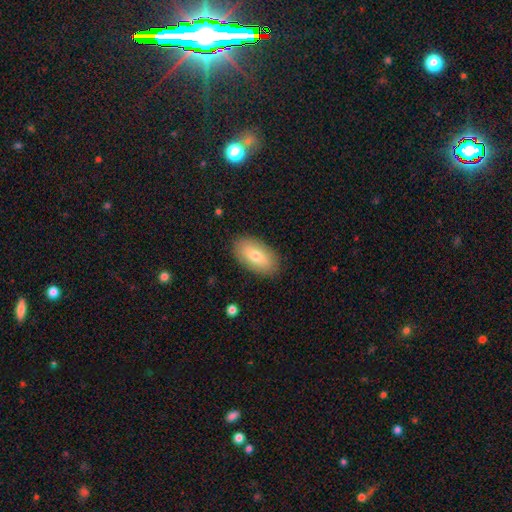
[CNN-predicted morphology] smooth 73%, featured or disk 20%, star or artifact 7%. Down the decision tree: how rounded — in between (93%); merging — none (87%).